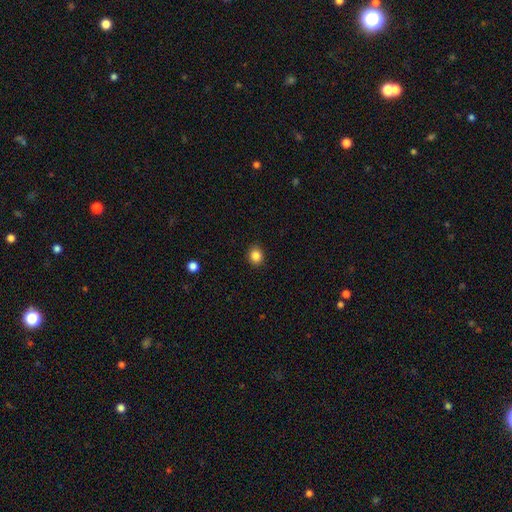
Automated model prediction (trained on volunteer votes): Smooth or featured? Predicted: smooth (p=0.85). How rounded? Predicted: round (p=0.73). Merging? Predicted: none (p=0.91).